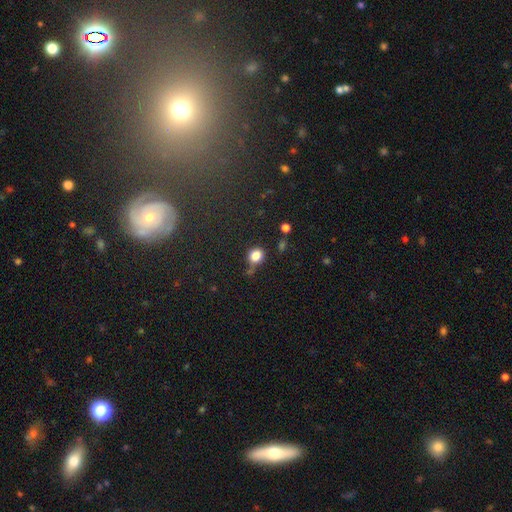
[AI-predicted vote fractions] smooth 83%, star or artifact 12%, featured or disk 6%. Down the decision tree: how rounded — round (76%); merging — none (60%).